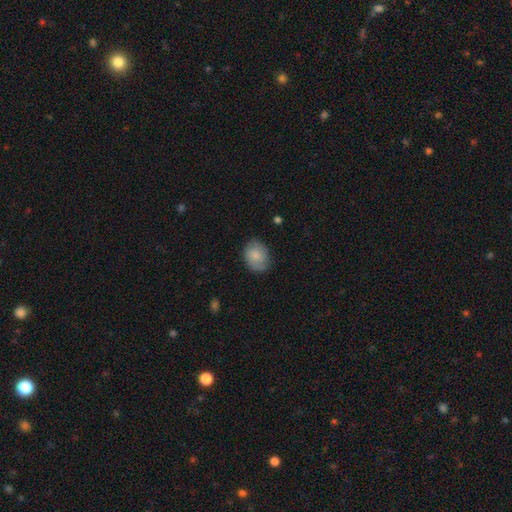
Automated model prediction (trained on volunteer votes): Smooth or featured?
  - smooth: 77% *
  - featured or disk: 16%
  - star or artifact: 7%
How rounded?
  - in between: 55% *
  - round: 44%
  - cigar-shaped: 1%
Merging?
  - none: 72% *
  - minor disturbance: 22%
  - major disturbance: 5%
  - merger: 1%